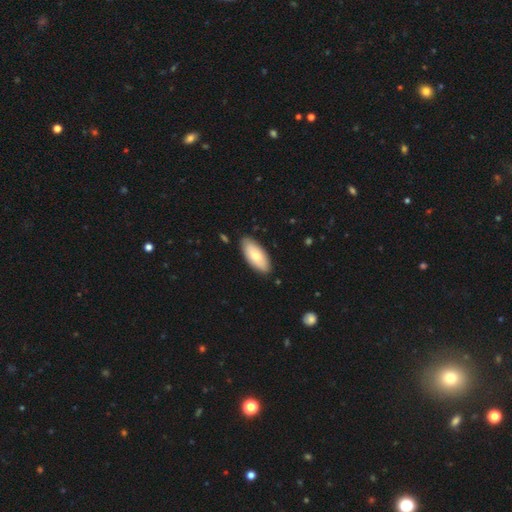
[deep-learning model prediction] A smooth galaxy with no disk features (74%) that is in between round and cigar-shaped (88%).

Vote fractions:
- Smooth or featured? smooth: 74% / featured or disk: 21% / star or artifact: 5%
- How rounded? in between: 88% / cigar-shaped: 10% / round: 2%
- Merging? none: 86% / minor disturbance: 11% / major disturbance: 2% / merger: 1%